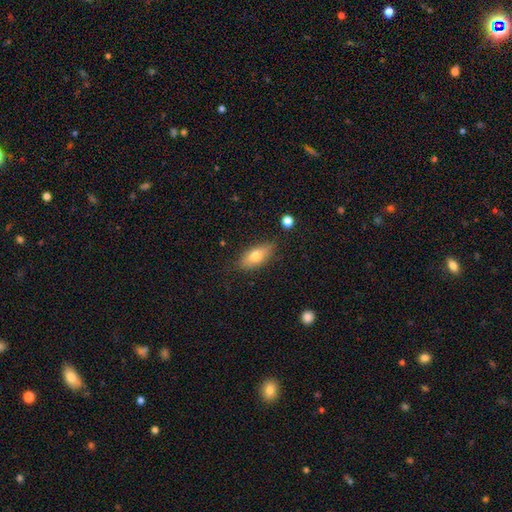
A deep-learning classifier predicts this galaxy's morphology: The model was most divided on "smooth or featured": smooth: 71%, featured or disk: 21%, star or artifact: 7%. More confident: how rounded — in between (80%); merging — none (79%).